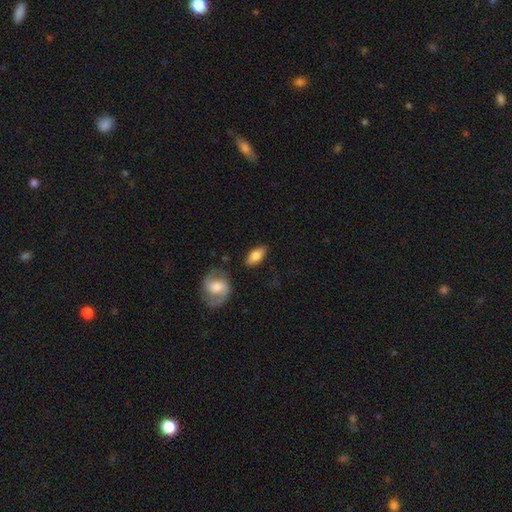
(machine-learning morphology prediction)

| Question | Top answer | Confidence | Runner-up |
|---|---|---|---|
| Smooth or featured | smooth | 73% | featured or disk (21%) |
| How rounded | in between | 88% | cigar-shaped (7%) |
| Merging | none | 80% | minor disturbance (13%) |